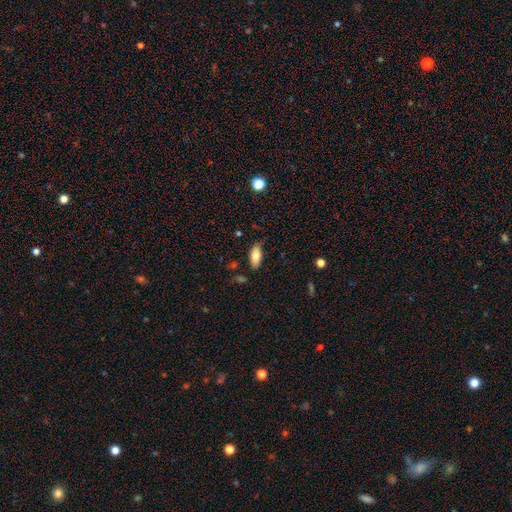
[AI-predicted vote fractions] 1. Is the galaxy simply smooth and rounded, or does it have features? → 78% smooth, 15% featured or disk, 7% star or artifact.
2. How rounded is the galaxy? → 82% in between, 16% cigar-shaped, 2% round.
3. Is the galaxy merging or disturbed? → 76% none, 19% minor disturbance, 3% major disturbance, 2% merger.